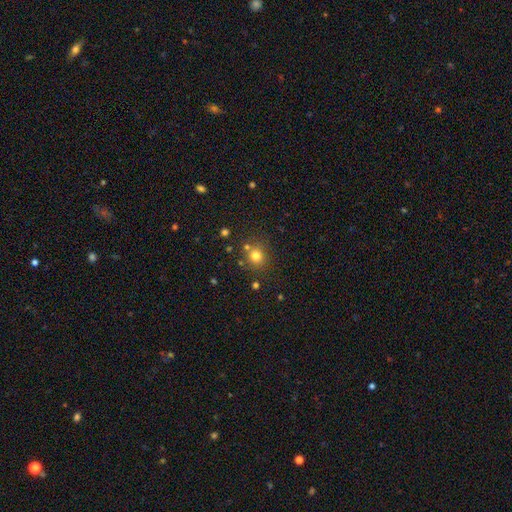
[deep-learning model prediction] smooth_or_featured: smooth (p=0.77) [alt: star or artifact p=0.16]
how_rounded: round (p=0.86) [alt: in between p=0.13]
merging: none (p=0.76) [alt: merger p=0.10]